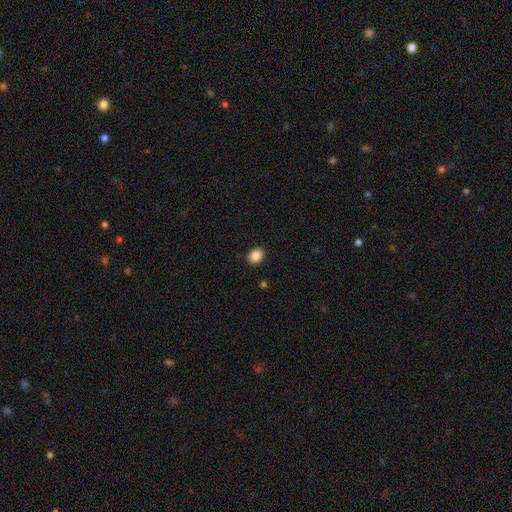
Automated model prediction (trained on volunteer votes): This is clearly a smooth galaxy (87%). How rounded: possibly in between (55%). Merging: clearly none (90%).